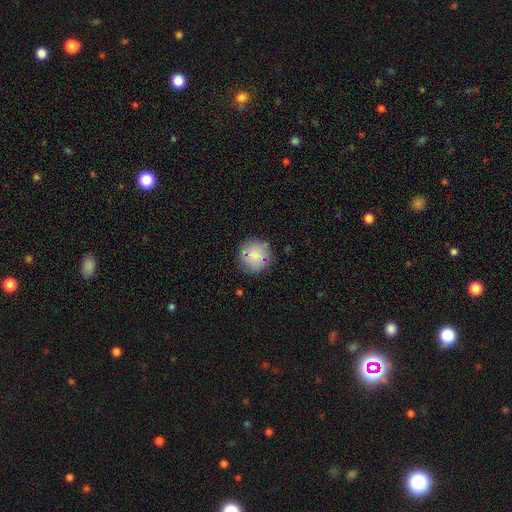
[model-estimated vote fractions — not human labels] This appears to be a smooth galaxy with no disk features (76%) that is round (94%). Merging: none (81%).